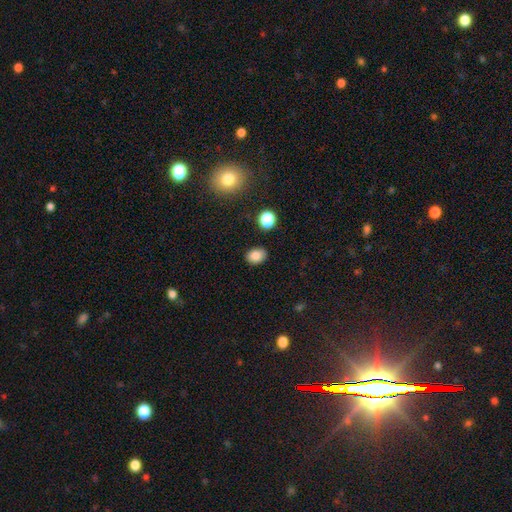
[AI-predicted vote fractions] smooth_or_featured: smooth (p=0.83) [alt: star or artifact p=0.11]
how_rounded: in between (p=0.61) [alt: round p=0.38]
merging: none (p=0.86) [alt: minor disturbance p=0.09]